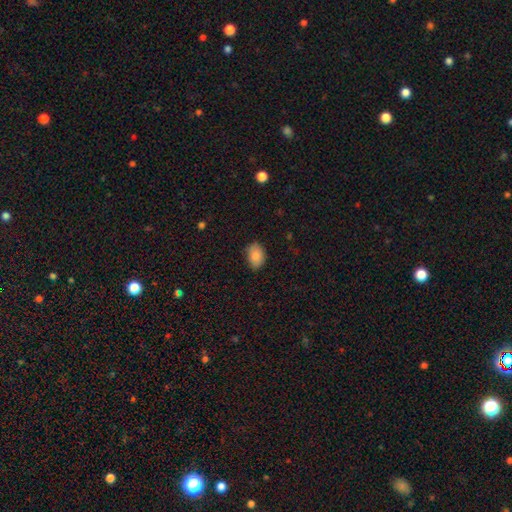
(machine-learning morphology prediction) smooth-or-featured: smooth: 85% | star or artifact: 8% | featured or disk: 7%
  how-rounded: in between: 81% | round: 18% | cigar-shaped: 1%
  merging: none: 80% | minor disturbance: 16% | major disturbance: 3% | merger: 1%